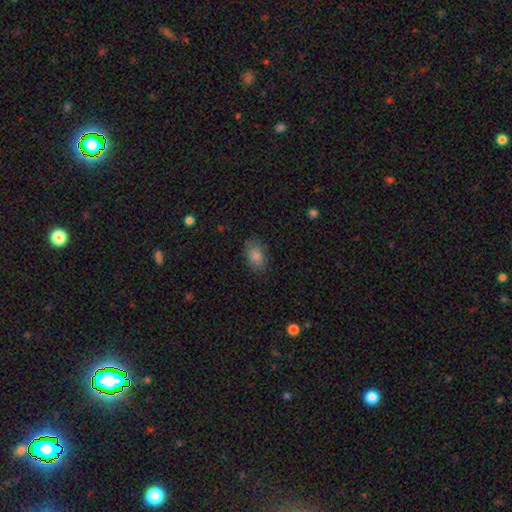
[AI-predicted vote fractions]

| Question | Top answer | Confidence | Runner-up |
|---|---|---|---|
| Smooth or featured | smooth | 83% | star or artifact (10%) |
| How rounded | in between | 86% | round (12%) |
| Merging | none | 83% | minor disturbance (12%) |